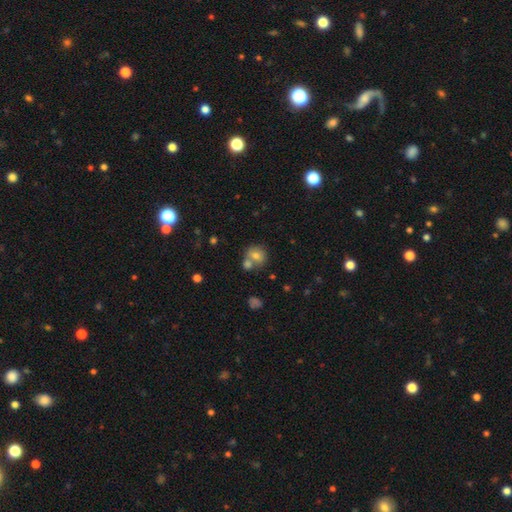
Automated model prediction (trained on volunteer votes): Smooth or featured? Predicted: smooth (p=0.72). How rounded? Predicted: round (p=0.78). Merging? Predicted: none (p=0.48).